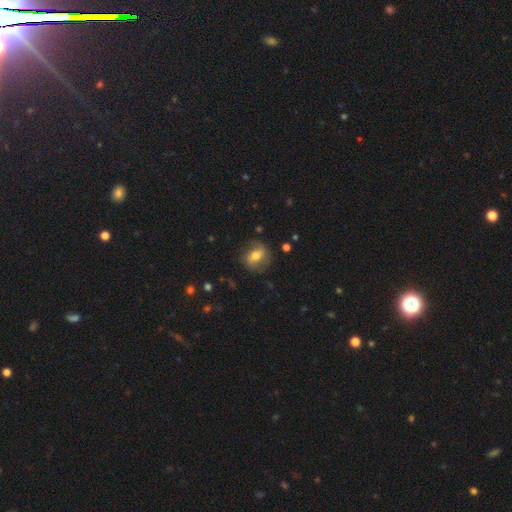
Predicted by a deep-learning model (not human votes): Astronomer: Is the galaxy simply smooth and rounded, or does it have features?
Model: smooth — 56% (runner-up: featured or disk, 36%).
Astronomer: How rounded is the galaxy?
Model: round — 49%, tied with in between at 49%.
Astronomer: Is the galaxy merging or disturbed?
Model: none — 73%.